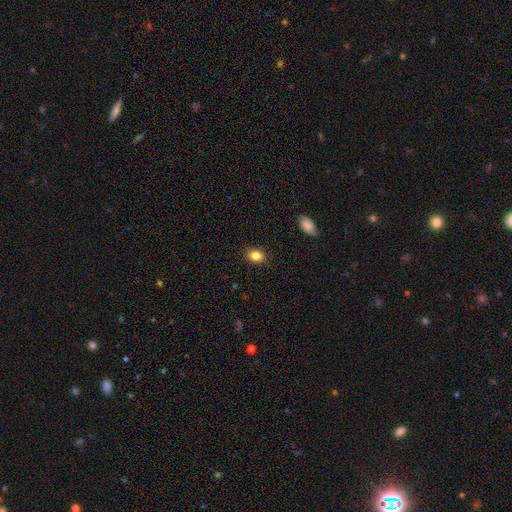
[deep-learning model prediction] smooth_or_featured: smooth (p=0.85) [alt: star or artifact p=0.09]
how_rounded: in between (p=0.70) [alt: round p=0.29]
merging: none (p=0.88) [alt: minor disturbance p=0.09]